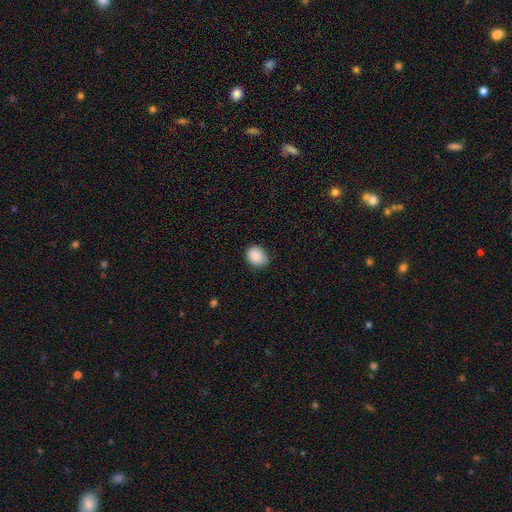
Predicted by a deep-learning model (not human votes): Smooth or featured?
  - smooth: 89% *
  - star or artifact: 8%
  - featured or disk: 4%
How rounded?
  - in between: 57% *
  - round: 43%
  - cigar-shaped: 1%
Merging?
  - none: 79% *
  - minor disturbance: 17%
  - major disturbance: 3%
  - merger: 1%